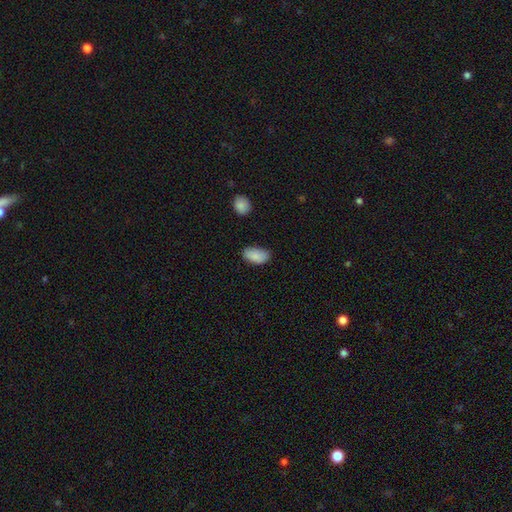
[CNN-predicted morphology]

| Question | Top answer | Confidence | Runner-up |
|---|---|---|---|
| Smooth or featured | smooth | 87% | star or artifact (7%) |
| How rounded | in between | 94% | round (5%) |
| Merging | none | 68% | minor disturbance (25%) |